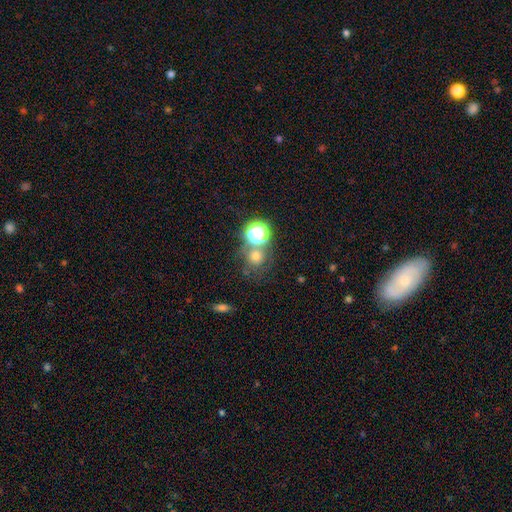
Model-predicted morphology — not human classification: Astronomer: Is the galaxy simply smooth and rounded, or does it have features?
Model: smooth — 60%.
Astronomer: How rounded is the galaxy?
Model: round — 86%.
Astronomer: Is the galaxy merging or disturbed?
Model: none — 57%.